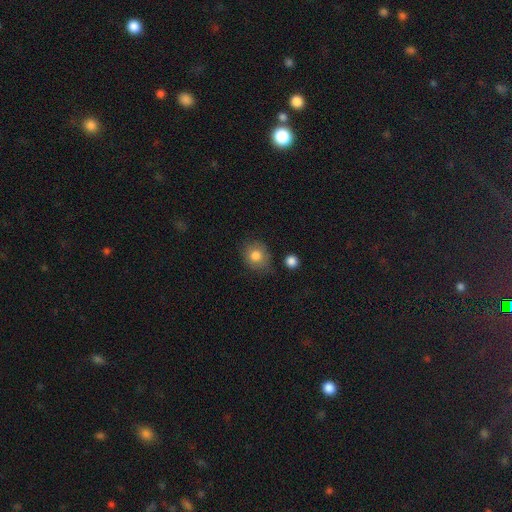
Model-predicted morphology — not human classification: Q: Smooth or featured?
A: smooth (82%); runner-up: featured or disk (10%)
Q: How rounded?
A: round (71%); runner-up: in between (28%)
Q: Merging?
A: none (70%); runner-up: minor disturbance (20%)